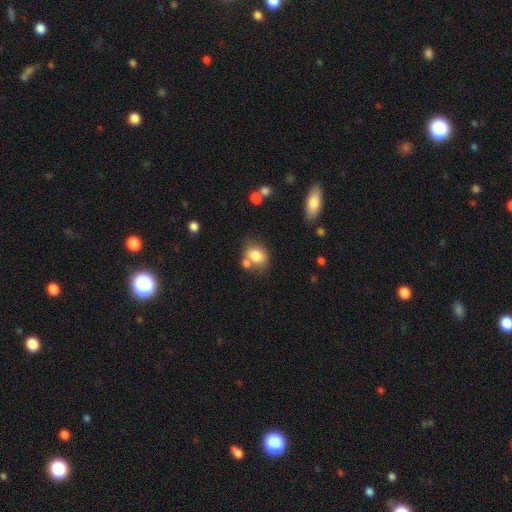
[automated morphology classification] This appears to be a smooth galaxy with no disk features (80%) that is in between round and cigar-shaped (59%). Merging: none (54%).